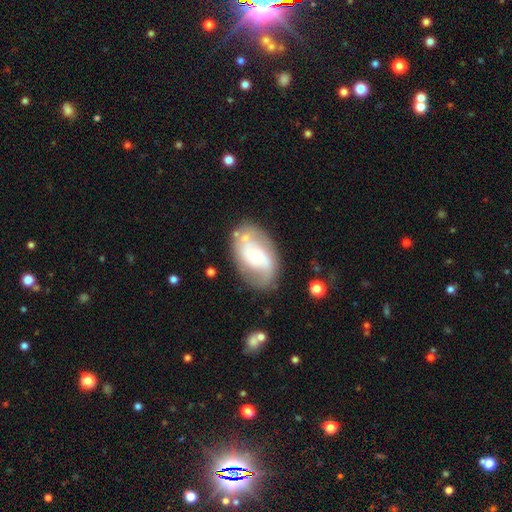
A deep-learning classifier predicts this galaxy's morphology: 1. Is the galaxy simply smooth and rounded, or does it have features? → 67% featured or disk, 27% smooth, 6% star or artifact.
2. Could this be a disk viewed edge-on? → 95% no, 5% yes.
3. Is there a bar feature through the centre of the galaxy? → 55% no, 33% weak, 12% strong.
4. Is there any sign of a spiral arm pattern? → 76% yes, 24% no.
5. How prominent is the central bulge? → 49% moderate, 43% small, 5% large, 1% dominant, 1% none.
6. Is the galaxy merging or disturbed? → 71% none, 17% minor disturbance, 7% major disturbance, 5% merger.